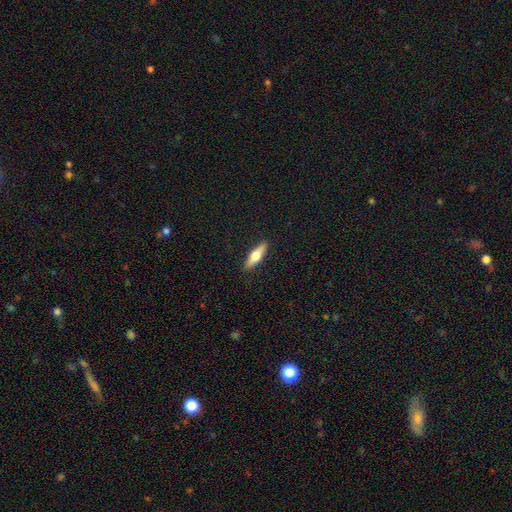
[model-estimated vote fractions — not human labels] Morphology: type=smooth (54%); roundness=cigar-shaped (61%); merging=none (90%).